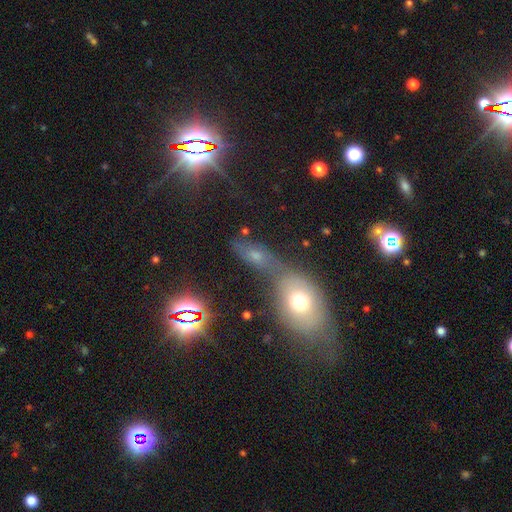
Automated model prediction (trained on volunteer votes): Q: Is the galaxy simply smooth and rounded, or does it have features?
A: smooth — 41%.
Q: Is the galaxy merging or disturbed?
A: merger — 43%.